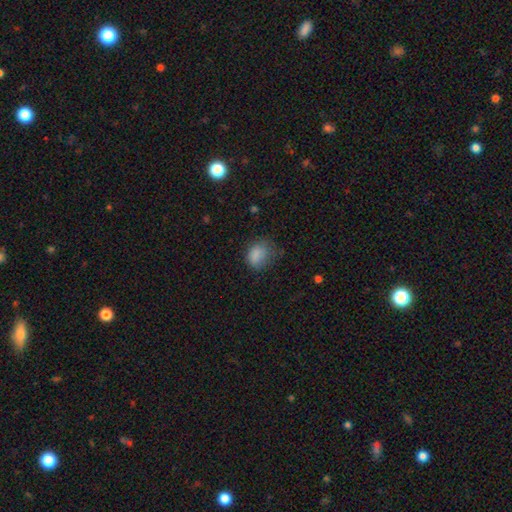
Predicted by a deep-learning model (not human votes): This is clearly a smooth galaxy (81%). How rounded: possibly in between (56%). Merging: possibly none (55%).